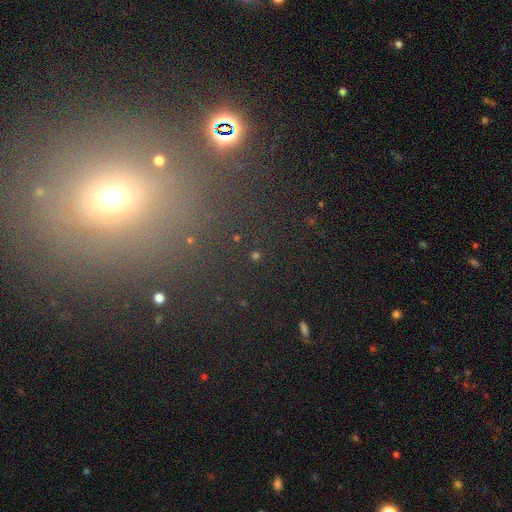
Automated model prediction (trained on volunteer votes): Overall: star or artifact (55%; smooth 33%).